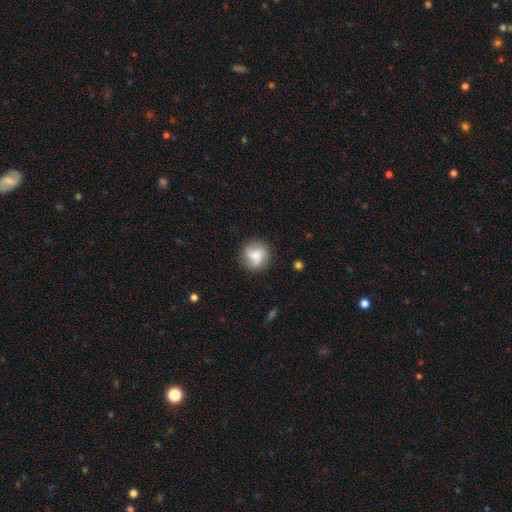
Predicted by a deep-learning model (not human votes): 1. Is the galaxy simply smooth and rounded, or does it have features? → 69% smooth, 22% featured or disk, 8% star or artifact.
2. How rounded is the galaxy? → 87% round, 12% in between, 1% cigar-shaped.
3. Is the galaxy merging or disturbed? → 79% none, 14% minor disturbance, 5% major disturbance, 2% merger.